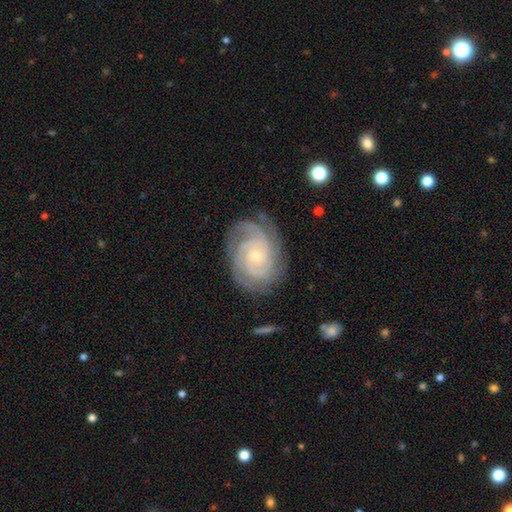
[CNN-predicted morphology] featured or disk 90%, star or artifact 5%, smooth 5%. Down the decision tree: edge-on disk — no (97%); bar — no (75%); spiral arms — yes (98%); spiral arm count — 3 (36%); spiral winding — tight (74%); bulge size — small (71%); merging — none (78%).